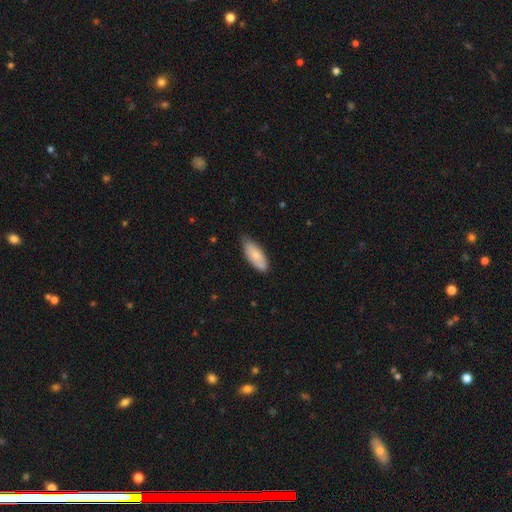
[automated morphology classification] smooth-or-featured: smooth: 78% | featured or disk: 17% | star or artifact: 6%
  how-rounded: in between: 80% | cigar-shaped: 18% | round: 2%
  merging: none: 66% | minor disturbance: 29% | major disturbance: 4% | merger: 2%